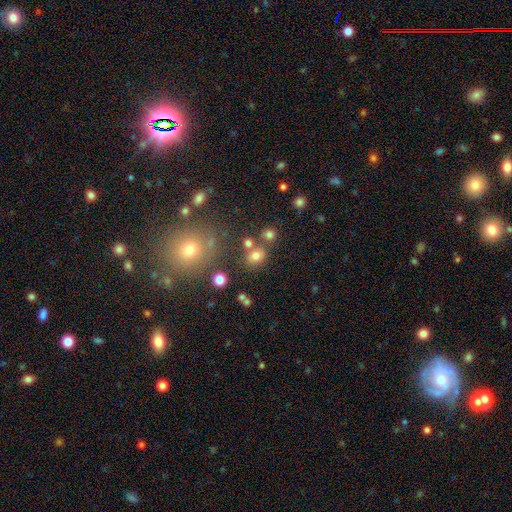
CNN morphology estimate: Q: Smooth or featured?
A: smooth (71%); runner-up: star or artifact (18%)
Q: How rounded?
A: round (56%); runner-up: in between (43%)
Q: Merging?
A: none (67%); runner-up: merger (15%)